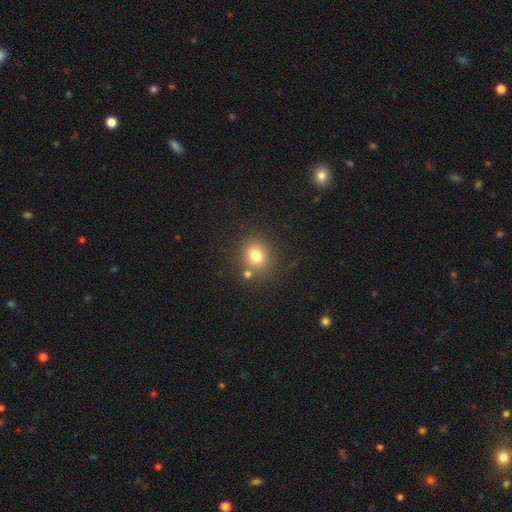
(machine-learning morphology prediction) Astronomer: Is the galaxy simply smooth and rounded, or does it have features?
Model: smooth — 77%.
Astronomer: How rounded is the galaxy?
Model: round — 78%.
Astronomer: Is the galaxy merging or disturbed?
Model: none — 72%.